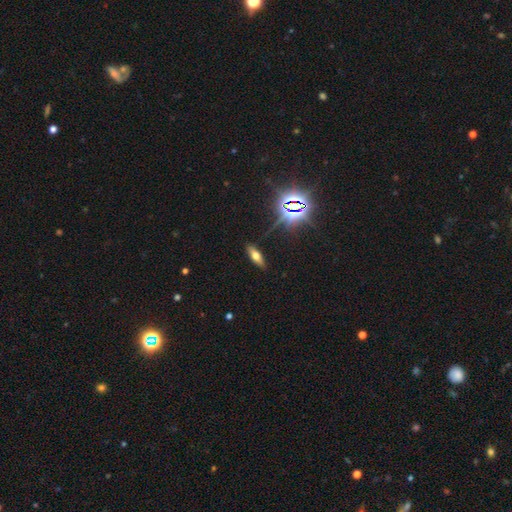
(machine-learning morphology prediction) smooth 51%, featured or disk 26%, star or artifact 22%. Down the decision tree: how rounded — in between (59%); merging — none (87%).